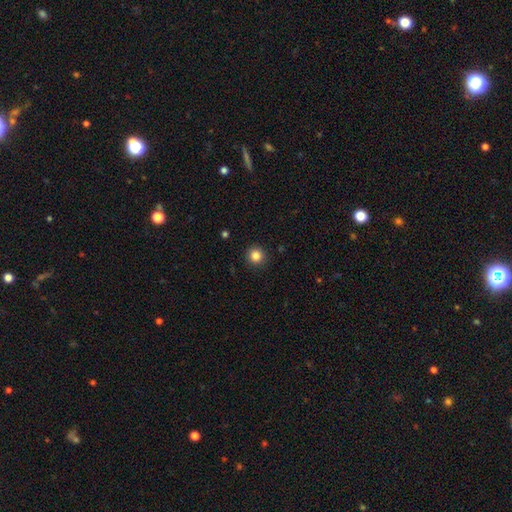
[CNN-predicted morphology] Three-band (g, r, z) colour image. It shows a smooth galaxy with no disk features (84%) that is round (94%). Merging: none (92%).